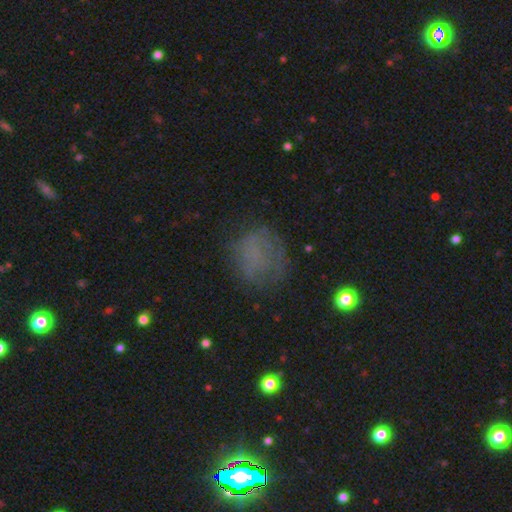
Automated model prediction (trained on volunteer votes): smooth 54%, featured or disk 25%, star or artifact 21%. Down the decision tree: how rounded — round (68%); merging — none (62%).